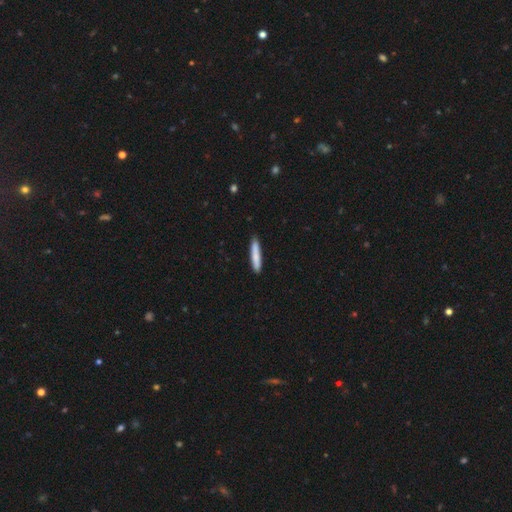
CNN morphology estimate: The model was most divided on "smooth or featured": smooth: 81%, featured or disk: 13%, star or artifact: 6%. More confident: how rounded — cigar-shaped (91%); merging — none (89%).